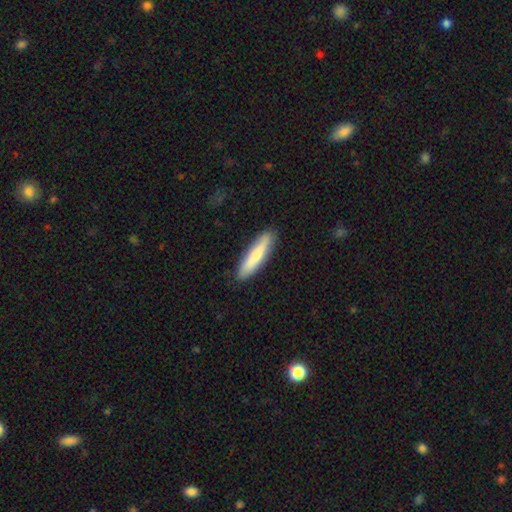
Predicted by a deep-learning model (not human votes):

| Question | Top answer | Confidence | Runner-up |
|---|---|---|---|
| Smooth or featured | smooth | 70% | featured or disk (25%) |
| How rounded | cigar-shaped | 83% | in between (16%) |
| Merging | none | 88% | minor disturbance (9%) |